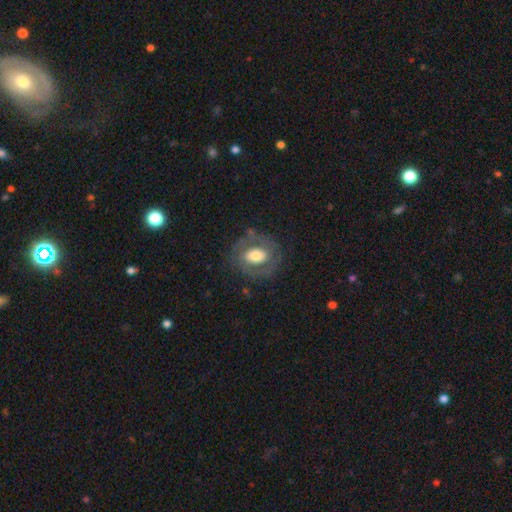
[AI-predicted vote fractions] Smooth or featured: featured or disk — 59% (smooth — 34%)
Edge-on disk: no — 96% (yes — 4%)
Bar: no — 58% (weak — 27%)
Spiral arms: yes — 54% (no — 46%)
Bulge size: moderate — 50% (large — 35%)
Merging: none — 72% (minor disturbance — 16%)